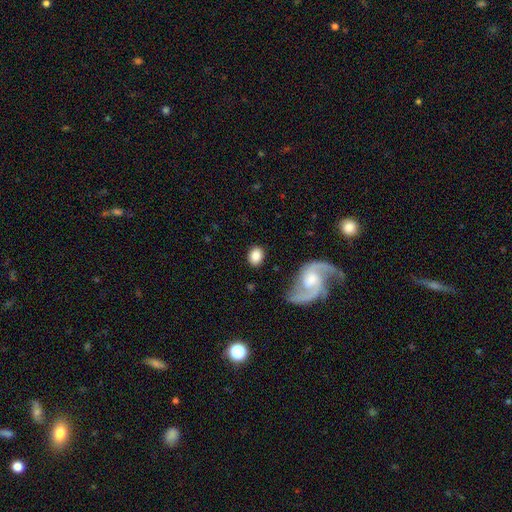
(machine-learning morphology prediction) type=smooth (77%); roundness=in between (59%); merging=none (81%).